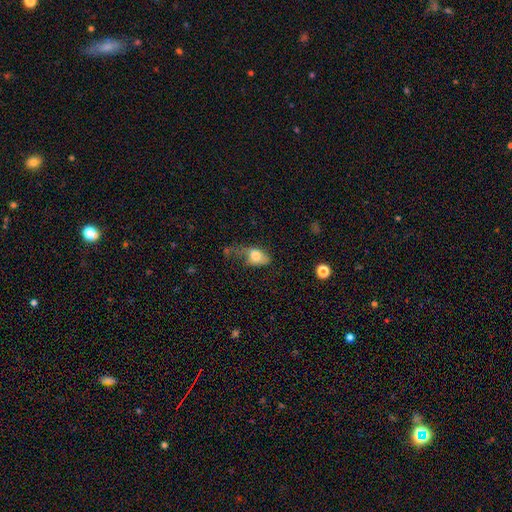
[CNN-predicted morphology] Q: Smooth or featured?
A: smooth (72%); runner-up: featured or disk (19%)
Q: How rounded?
A: in between (79%); runner-up: round (16%)
Q: Merging?
A: major disturbance (40%); runner-up: minor disturbance (30%)